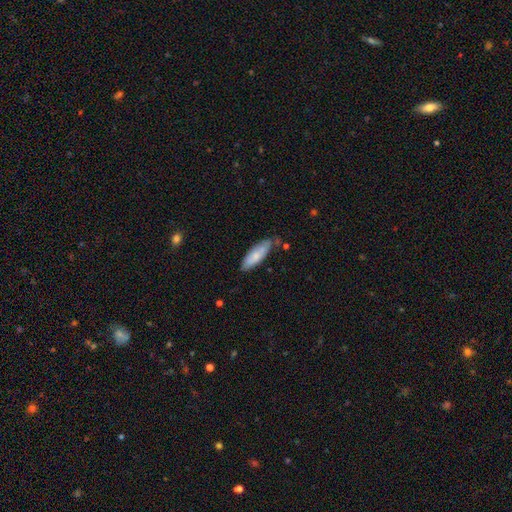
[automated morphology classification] The model was most divided on "how rounded": in between: 58%, cigar-shaped: 40%, round: 2%. More confident: smooth or featured — smooth (77%); merging — none (69%).